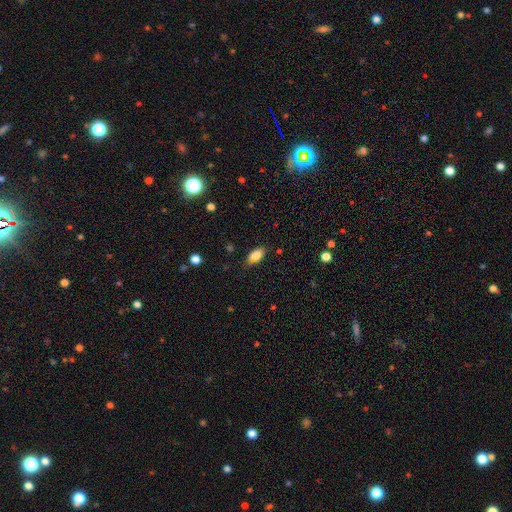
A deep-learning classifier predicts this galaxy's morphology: Smooth or featured? smooth (83%)
How rounded? in between (90%)
Merging? none (83%)